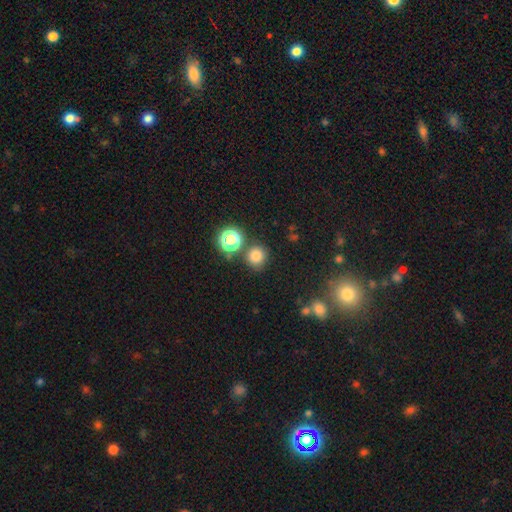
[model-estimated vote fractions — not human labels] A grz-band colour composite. It shows a smooth galaxy with no disk features (77%) that is round (90%). Merging: none (78%).